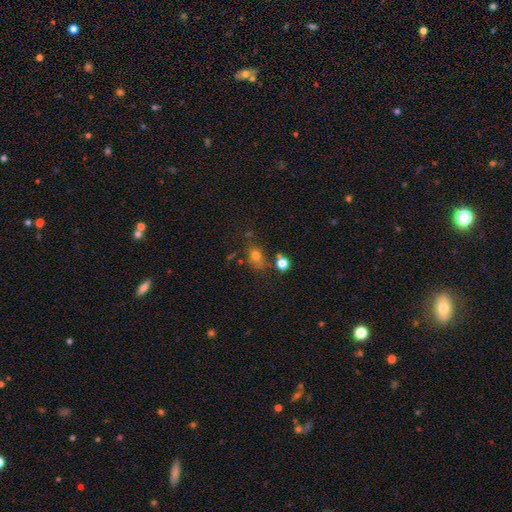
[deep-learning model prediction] Smooth or featured? smooth (74%)
How rounded? in between (53%)
Merging? none (60%)